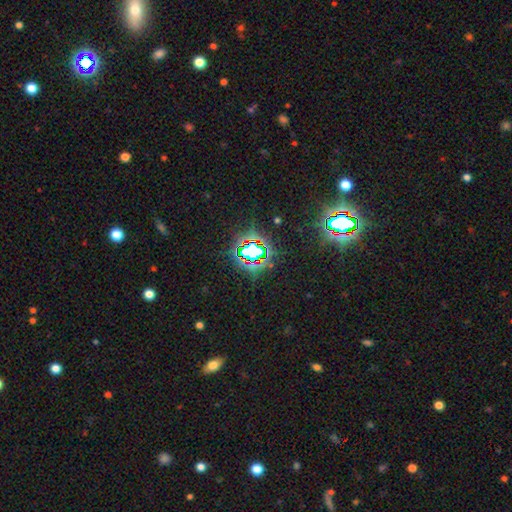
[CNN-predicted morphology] Smooth or featured? star or artifact (76%)